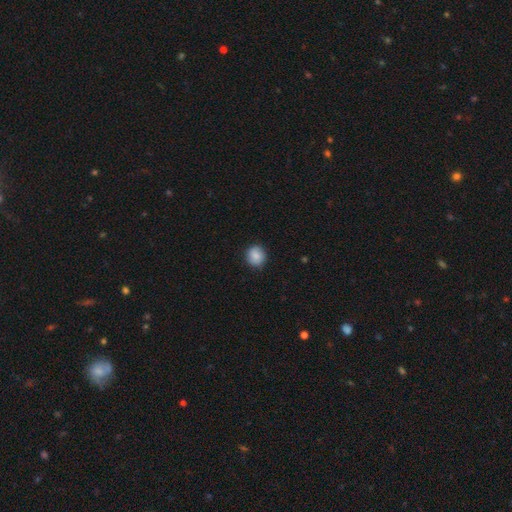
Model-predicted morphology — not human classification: type=smooth (87%); roundness=round (88%); merging=none (88%).